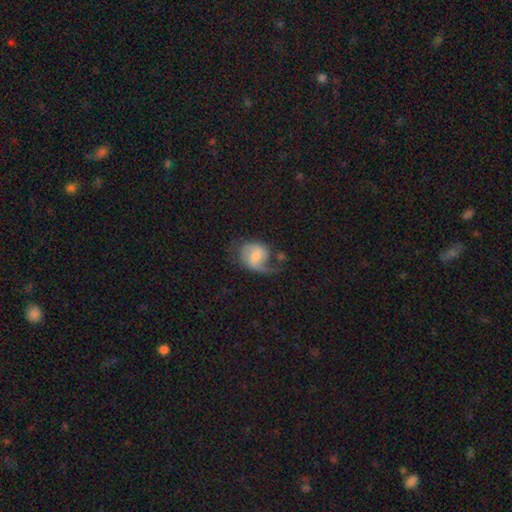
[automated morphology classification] A featured or disk galaxy (59%) with a weak bar (48%), spiral arms (86%) and a moderate central bulge (48%). Merging: none (39%).